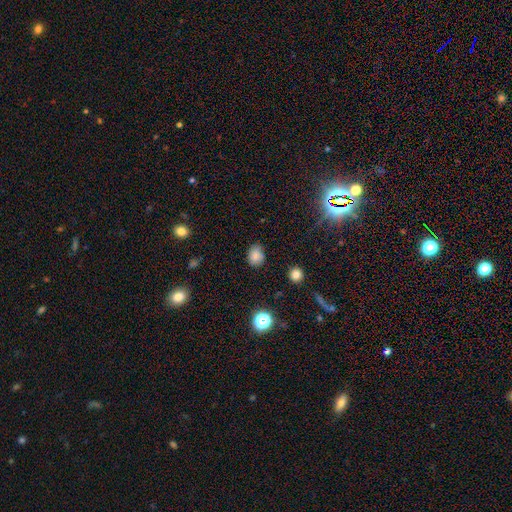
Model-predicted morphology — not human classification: This is clearly a smooth galaxy (81%). How rounded: possibly in between (53%). Merging: likely none (79%).